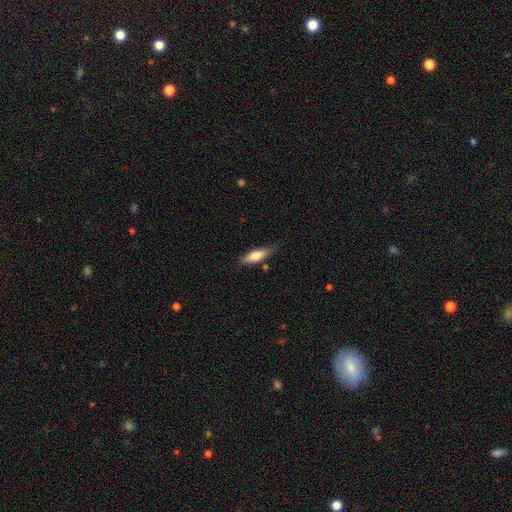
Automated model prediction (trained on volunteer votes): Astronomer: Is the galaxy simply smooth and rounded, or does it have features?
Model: smooth — 72%.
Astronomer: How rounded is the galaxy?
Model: cigar-shaped — 58% (runner-up: in between, 40%).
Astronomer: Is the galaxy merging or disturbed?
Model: none — 76%.